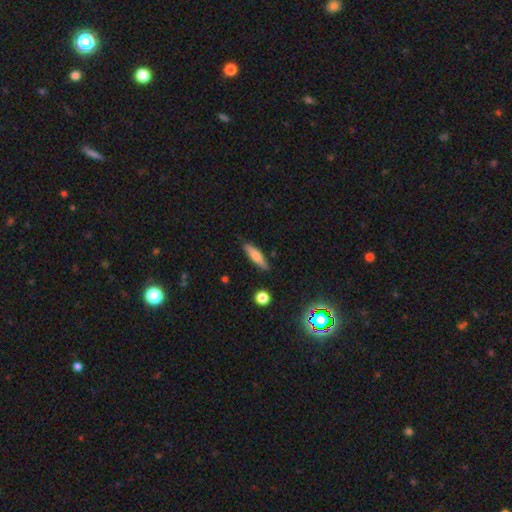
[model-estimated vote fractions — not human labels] Overall: smooth (67%). How rounded: cigar-shaped (75%). Merging: none (85%).